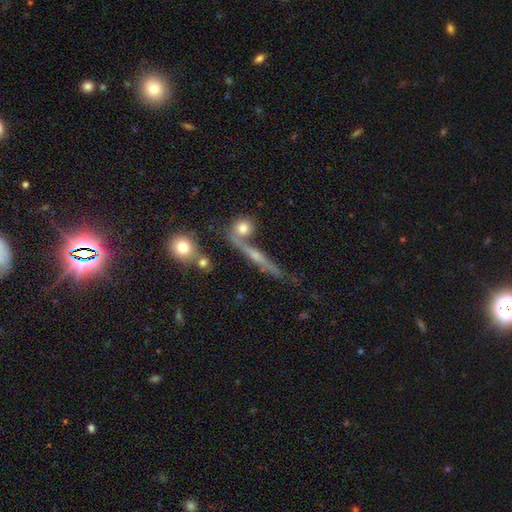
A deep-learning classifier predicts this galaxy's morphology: Q: Smooth or featured?
A: featured or disk (61%); runner-up: smooth (28%)
Q: Edge-on disk?
A: yes (80%); runner-up: no (20%)
Q: Merging?
A: none (55%); runner-up: merger (19%)